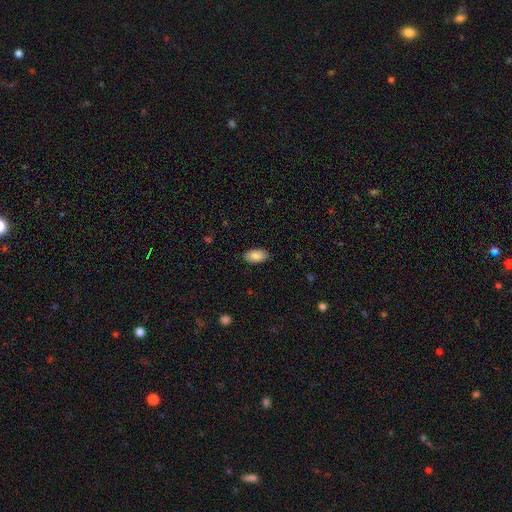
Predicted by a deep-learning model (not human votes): A smooth galaxy with no disk features (89%) that is in between round and cigar-shaped (95%). Merging: none (87%).